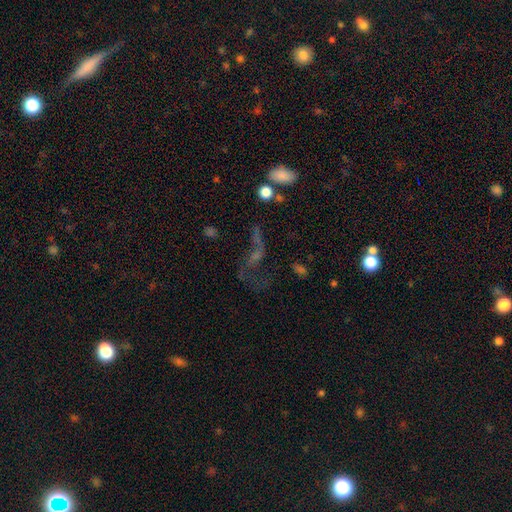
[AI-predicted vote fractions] The model was most divided on "merging": none: 38%, major disturbance: 37%, minor disturbance: 14%, merger: 12%. Remaining: smooth or featured — featured or disk (45%).